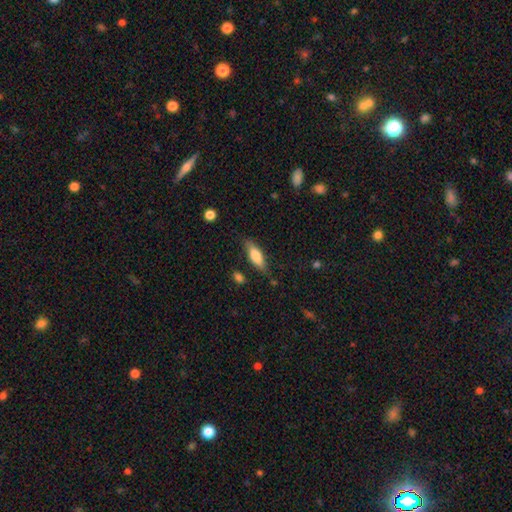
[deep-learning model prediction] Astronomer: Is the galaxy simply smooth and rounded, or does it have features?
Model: smooth — 71%.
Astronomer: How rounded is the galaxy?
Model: in between — 59% (runner-up: cigar-shaped, 39%).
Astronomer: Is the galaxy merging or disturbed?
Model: none — 75%.